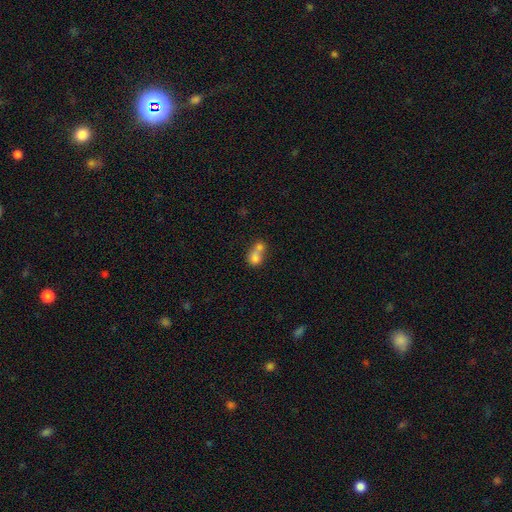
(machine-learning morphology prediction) This appears to be a smooth galaxy with no disk features (73%) that is round (54%). Merging: merger (72%).